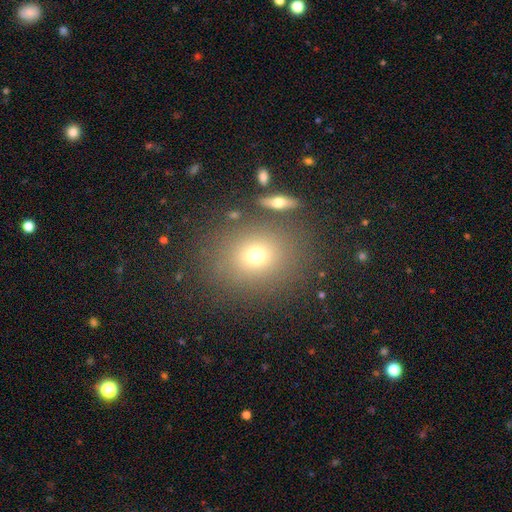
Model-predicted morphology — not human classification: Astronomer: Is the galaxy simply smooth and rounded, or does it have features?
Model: smooth — 68%.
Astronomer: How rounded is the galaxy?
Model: round — 66%.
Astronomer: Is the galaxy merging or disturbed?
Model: none — 81%.